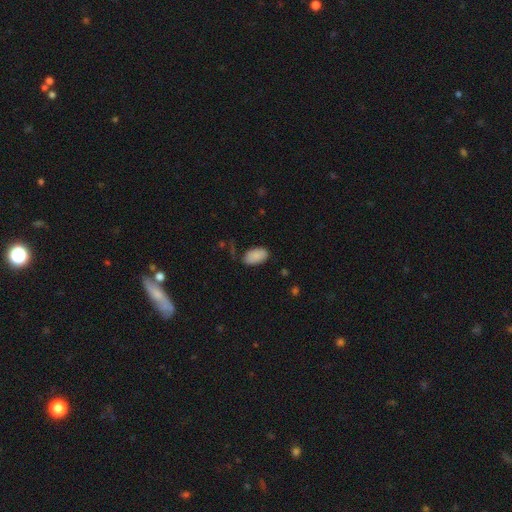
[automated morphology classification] A smooth galaxy with no disk features (88%) that is in between round and cigar-shaped (95%). Merging: none (74%).